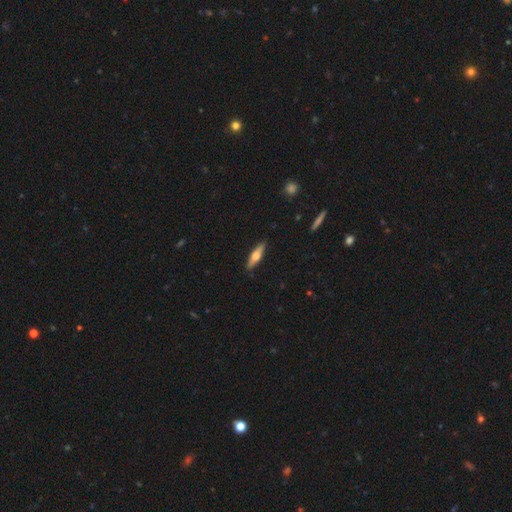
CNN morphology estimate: type=featured or disk (49%); merging=none (88%).